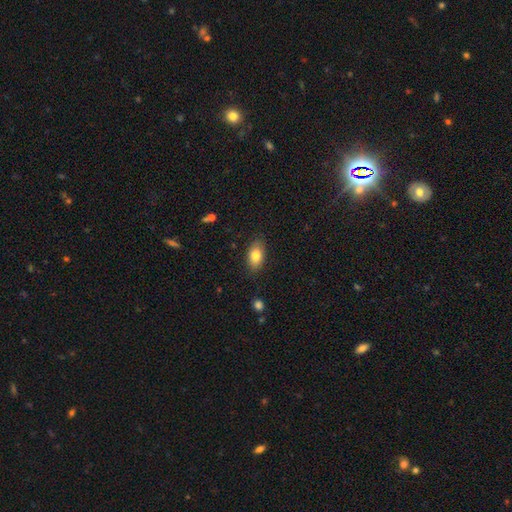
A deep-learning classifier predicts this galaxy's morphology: smooth 80%, featured or disk 12%, star or artifact 8%. Down the decision tree: how rounded — in between (90%); merging — none (83%).